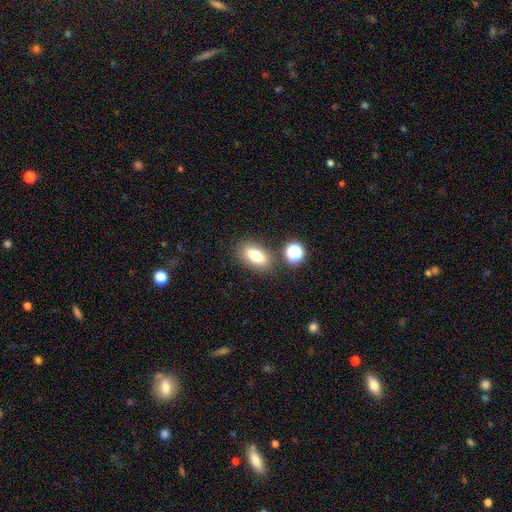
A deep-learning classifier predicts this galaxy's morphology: smooth 77%, featured or disk 12%, star or artifact 11%. Down the decision tree: how rounded — in between (83%); merging — none (79%).